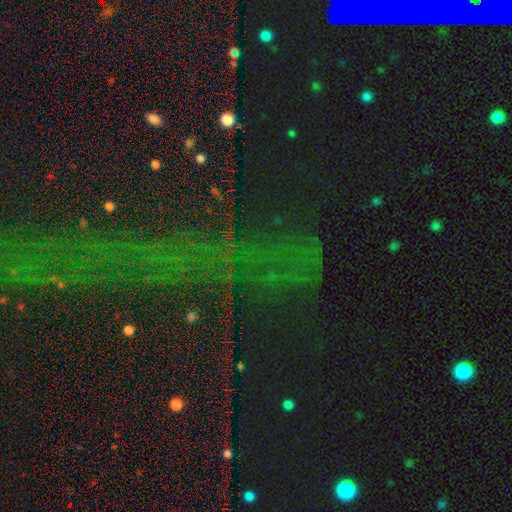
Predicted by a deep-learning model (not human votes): Q: Smooth or featured?
A: star or artifact (79%); runner-up: smooth (12%)